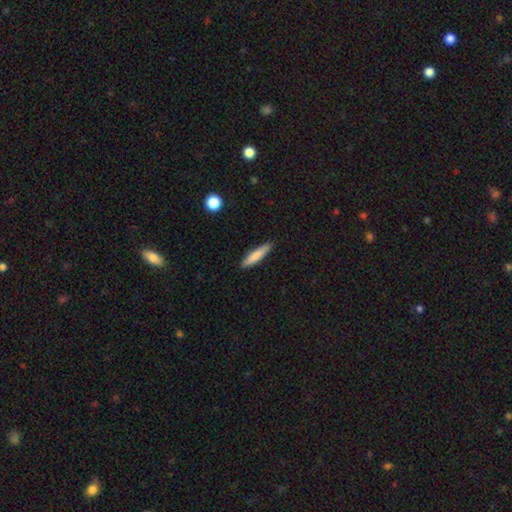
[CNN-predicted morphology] Smooth or featured?
  - smooth: 80% *
  - featured or disk: 15%
  - star or artifact: 6%
How rounded?
  - cigar-shaped: 84% *
  - in between: 14%
  - round: 1%
Merging?
  - none: 90% *
  - minor disturbance: 8%
  - major disturbance: 2%
  - merger: 1%